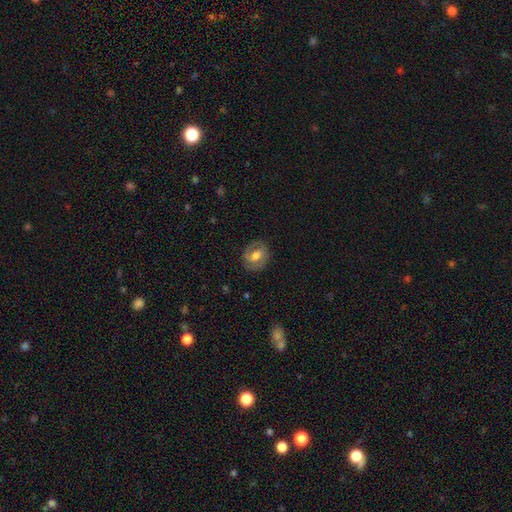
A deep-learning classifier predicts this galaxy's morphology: Smooth or featured: featured or disk — 48% (smooth — 45%)
Merging: none — 81% (minor disturbance — 13%)